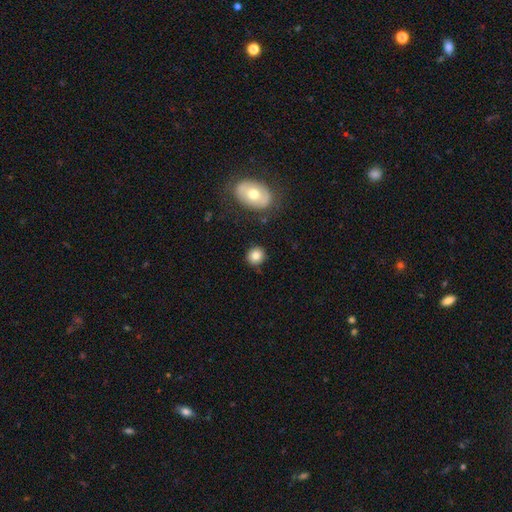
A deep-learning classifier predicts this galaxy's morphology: A smooth galaxy with no disk features (82%) that is round (86%). Merging: none (86%).